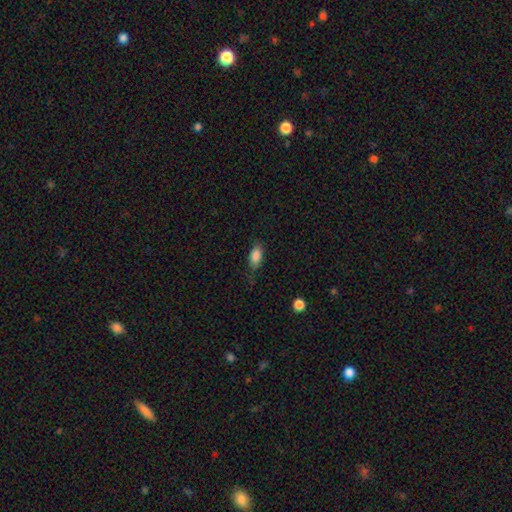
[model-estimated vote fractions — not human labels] smooth 86%, star or artifact 8%, featured or disk 7%. Down the decision tree: how rounded — in between (88%); merging — none (68%).